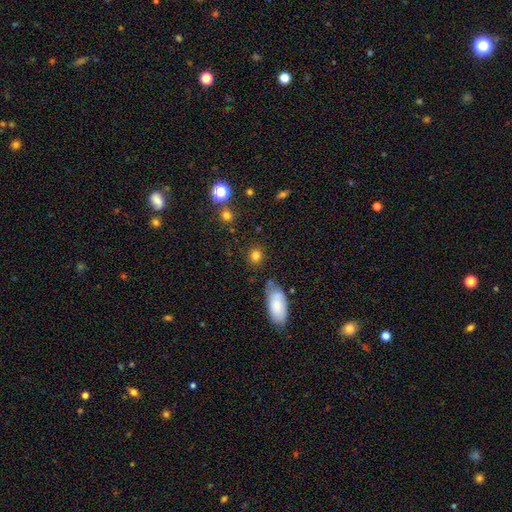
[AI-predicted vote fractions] The model was most divided on "how rounded": round: 74%, in between: 24%, cigar-shaped: 2%. More confident: smooth or featured — smooth (82%); merging — none (80%).